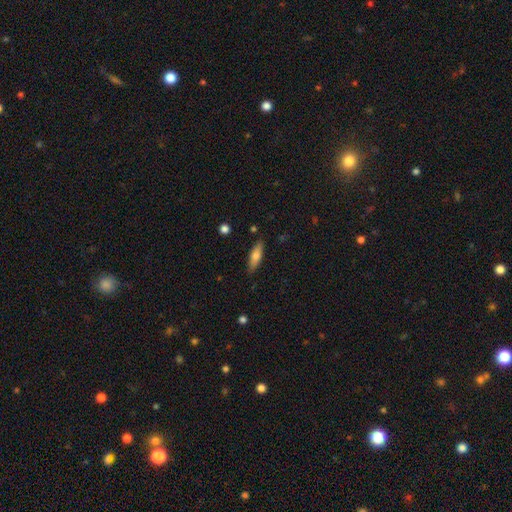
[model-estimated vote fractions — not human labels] smooth-or-featured: smooth: 70% | featured or disk: 23% | star or artifact: 6%
  how-rounded: cigar-shaped: 52% | in between: 46% | round: 2%
  merging: none: 85% | minor disturbance: 11% | major disturbance: 2% | merger: 2%